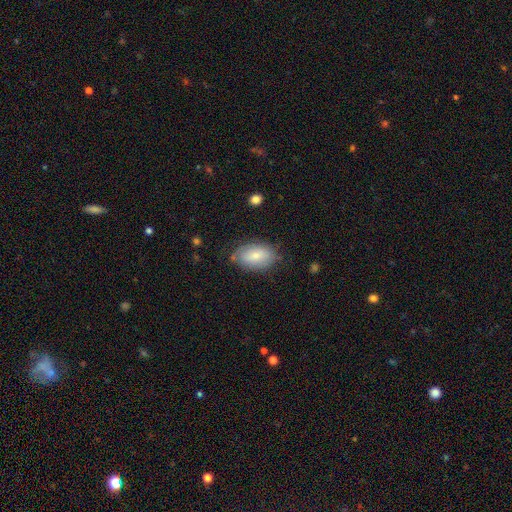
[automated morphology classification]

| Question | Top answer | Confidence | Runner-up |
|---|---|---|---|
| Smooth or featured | smooth | 73% | featured or disk (20%) |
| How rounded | in between | 91% | round (8%) |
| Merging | none | 71% | minor disturbance (21%) |